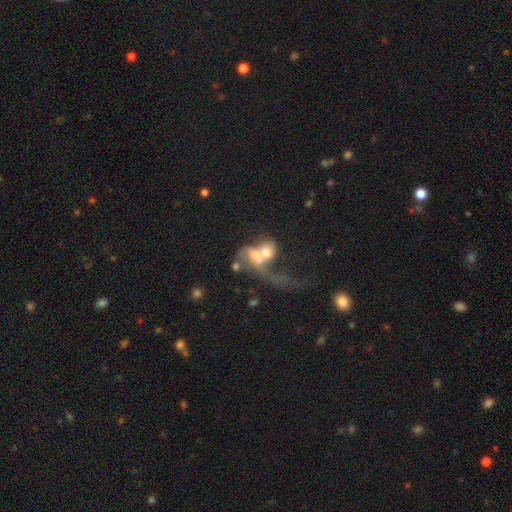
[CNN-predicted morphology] Q: Smooth or featured?
A: featured or disk (47%); runner-up: smooth (43%)
Q: Merging?
A: merger (69%); runner-up: major disturbance (20%)